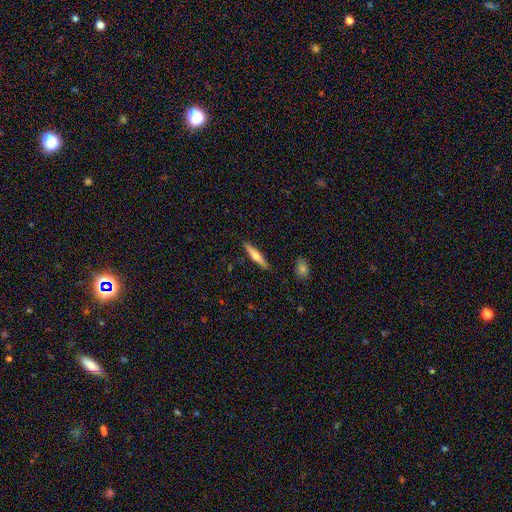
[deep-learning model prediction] A smooth galaxy with no disk features (47%, tied with featured or disk). Merging: none (90%).